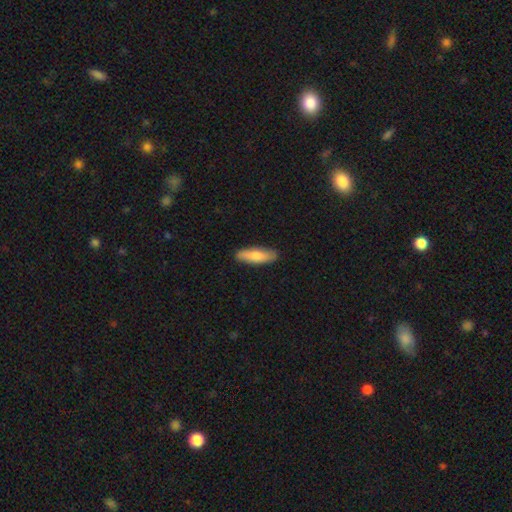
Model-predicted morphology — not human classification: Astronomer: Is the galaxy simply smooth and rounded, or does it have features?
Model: smooth — 77%.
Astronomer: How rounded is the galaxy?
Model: cigar-shaped — 58% (runner-up: in between, 40%).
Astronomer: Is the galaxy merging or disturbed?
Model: none — 88%.